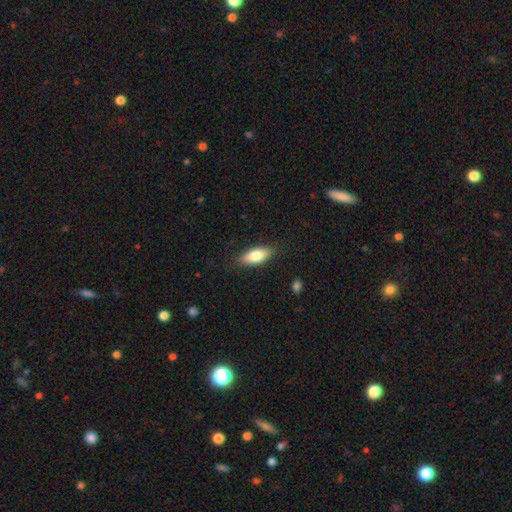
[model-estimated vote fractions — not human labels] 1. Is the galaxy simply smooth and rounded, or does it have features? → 73% smooth, 21% featured or disk, 6% star or artifact.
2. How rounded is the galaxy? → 75% in between, 22% cigar-shaped, 3% round.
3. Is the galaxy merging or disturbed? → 85% none, 11% minor disturbance, 2% major disturbance, 1% merger.